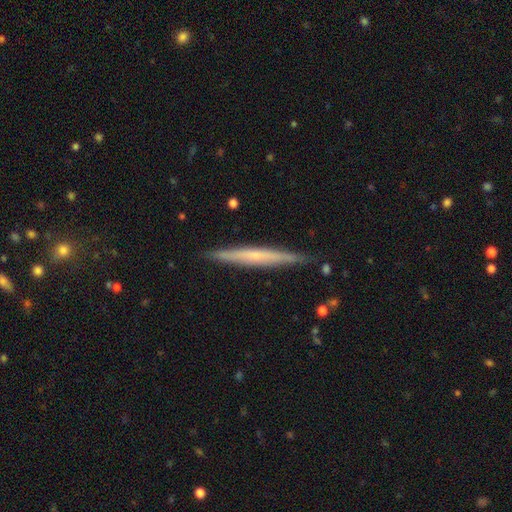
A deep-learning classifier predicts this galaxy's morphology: A featured or disk galaxy (60%) viewed edge-on (96%) with no central bulge (58%). Merging: none (88%).